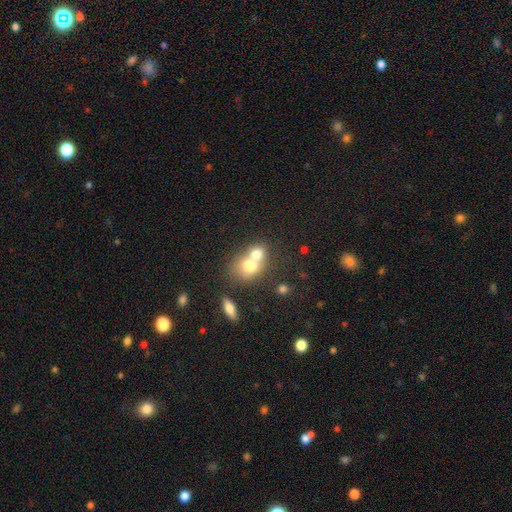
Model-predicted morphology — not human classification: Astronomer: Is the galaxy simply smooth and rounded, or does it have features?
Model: smooth — 67%.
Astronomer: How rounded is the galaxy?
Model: round — 57% (runner-up: in between, 41%).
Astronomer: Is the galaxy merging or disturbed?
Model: merger — 68%.